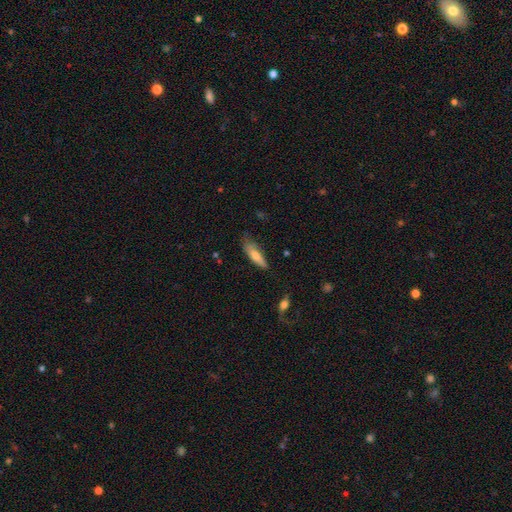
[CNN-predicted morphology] A smooth galaxy with no disk features (72%) that is cigar-shaped (57%).

Vote fractions:
- Smooth or featured? smooth: 72% / featured or disk: 22% / star or artifact: 6%
- How rounded? cigar-shaped: 57% / in between: 41% / round: 2%
- Merging? none: 54% / minor disturbance: 33% / major disturbance: 10% / merger: 3%